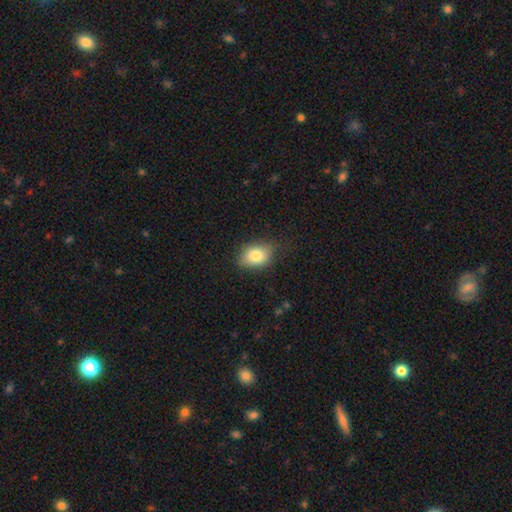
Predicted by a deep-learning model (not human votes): Smooth or featured? Predicted: smooth (p=0.82). How rounded? Predicted: in between (p=0.79). Merging? Predicted: none (p=0.74).